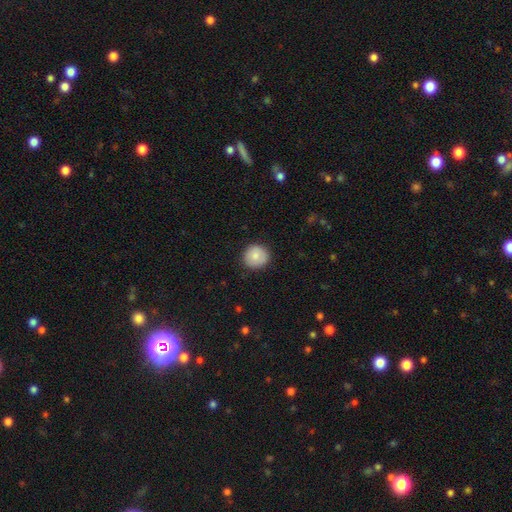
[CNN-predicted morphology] Smooth or featured? smooth (85%)
How rounded? round (91%)
Merging? none (87%)